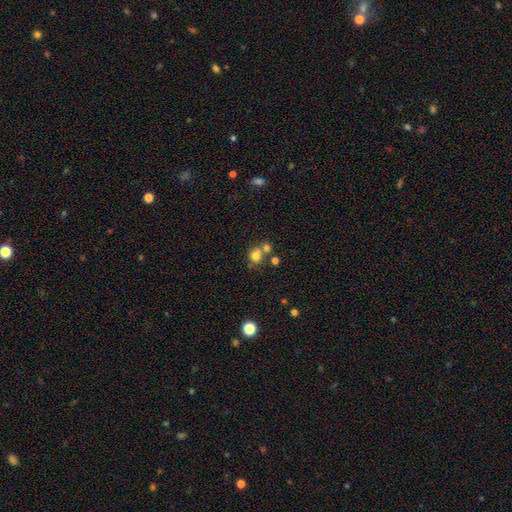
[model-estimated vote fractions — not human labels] Smooth or featured?
  - smooth: 75% *
  - star or artifact: 14%
  - featured or disk: 11%
How rounded?
  - round: 74% *
  - in between: 25%
  - cigar-shaped: 1%
Merging?
  - none: 49% *
  - merger: 37%
  - minor disturbance: 10%
  - major disturbance: 5%